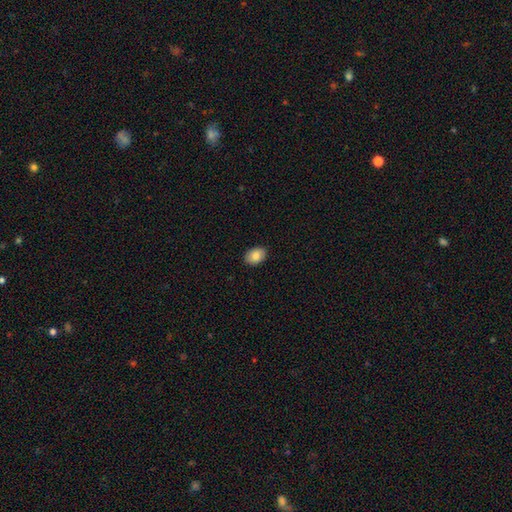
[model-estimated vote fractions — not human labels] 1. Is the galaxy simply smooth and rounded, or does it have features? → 83% smooth, 9% featured or disk, 7% star or artifact.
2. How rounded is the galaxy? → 79% in between, 20% round, 1% cigar-shaped.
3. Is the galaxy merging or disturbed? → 90% none, 8% minor disturbance, 2% major disturbance, 1% merger.